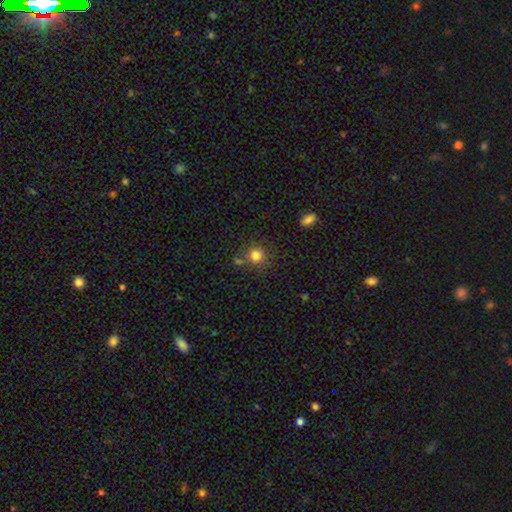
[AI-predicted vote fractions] smooth 80%, star or artifact 13%, featured or disk 7%. Down the decision tree: how rounded — round (90%); merging — none (70%).